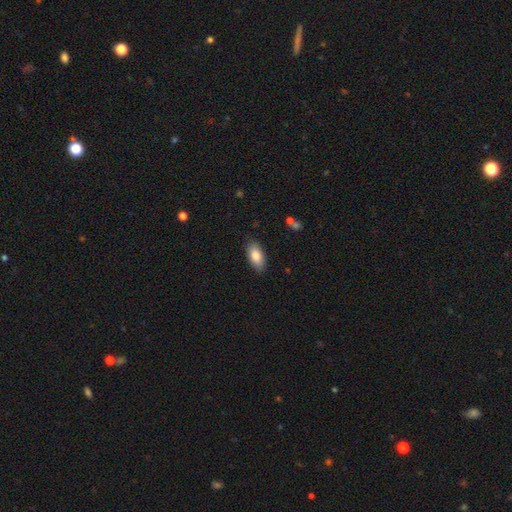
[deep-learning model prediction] smooth 84%, featured or disk 10%, star or artifact 6%. Down the decision tree: how rounded — in between (91%); merging — none (85%).